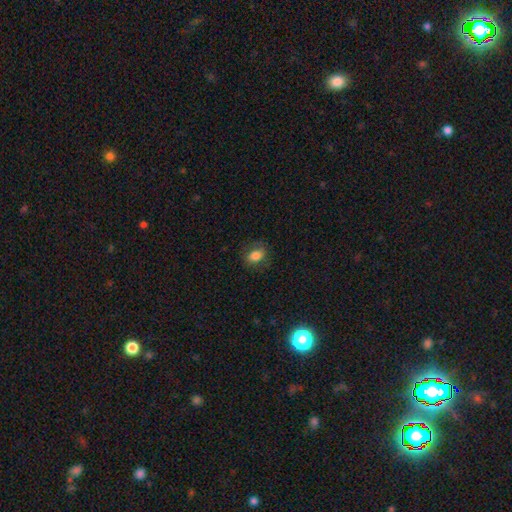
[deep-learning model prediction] smooth_or_featured: smooth (p=0.79) [alt: featured or disk p=0.11]
how_rounded: in between (p=0.71) [alt: round p=0.28]
merging: none (p=0.77) [alt: minor disturbance p=0.16]